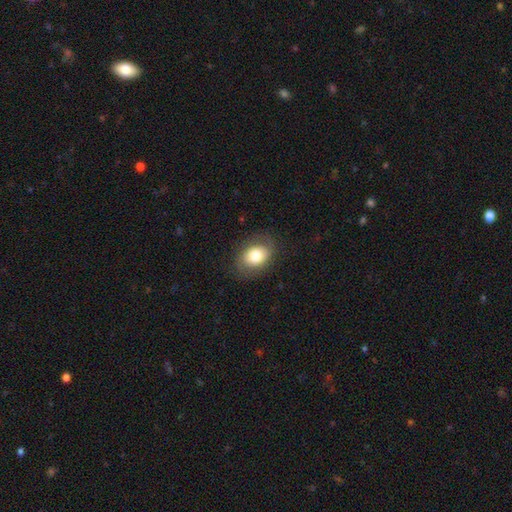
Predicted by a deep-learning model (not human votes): Smooth or featured? Predicted: smooth (p=0.74). How rounded? Predicted: in between (p=0.72). Merging? Predicted: none (p=0.79).